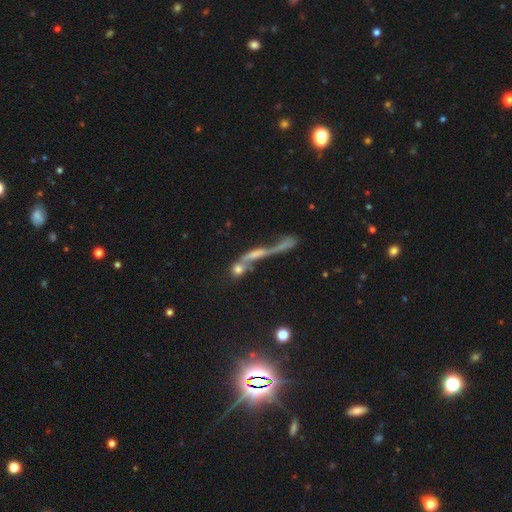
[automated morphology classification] This appears to be a featured or disk galaxy (44%). Merging: merger (47%).